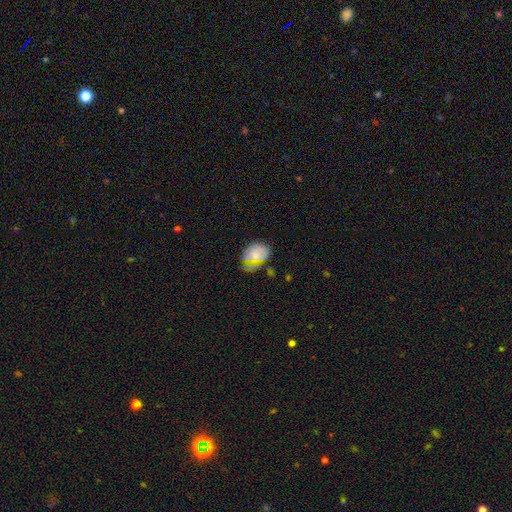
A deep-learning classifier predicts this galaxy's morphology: smooth-or-featured: smooth: 72% | featured or disk: 16% | star or artifact: 12%
  how-rounded: in between: 71% | round: 28% | cigar-shaped: 1%
  merging: none: 47% | minor disturbance: 27% | merger: 15% | major disturbance: 12%